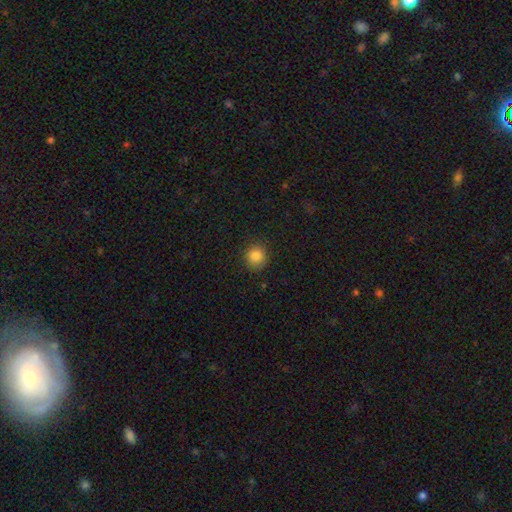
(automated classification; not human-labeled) smooth-or-featured: smooth: 86% | star or artifact: 11% | featured or disk: 4%
  how-rounded: round: 90% | in between: 9% | cigar-shaped: 1%
  merging: none: 87% | minor disturbance: 10% | major disturbance: 3% | merger: 1%